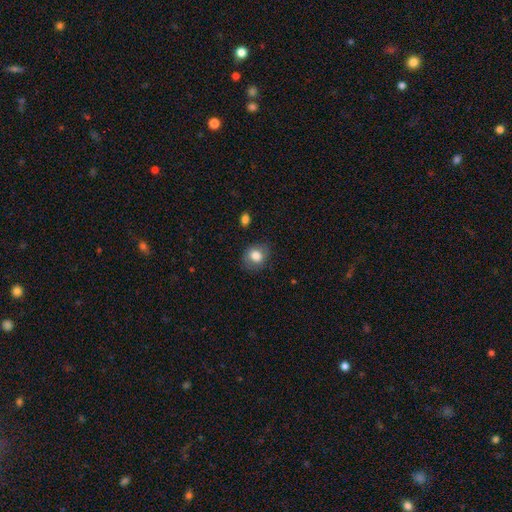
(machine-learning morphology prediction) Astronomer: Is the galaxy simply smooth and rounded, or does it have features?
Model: smooth — 81%.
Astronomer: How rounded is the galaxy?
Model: round — 61% (runner-up: in between, 38%).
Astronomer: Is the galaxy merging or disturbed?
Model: none — 77%.